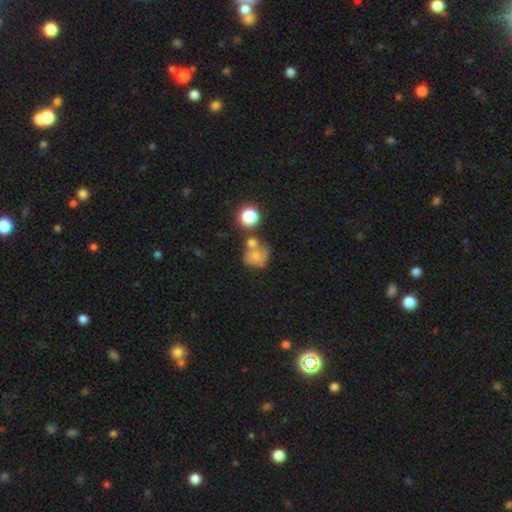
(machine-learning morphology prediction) type=smooth (66%); roundness=round (71%); merging=merger (39%).